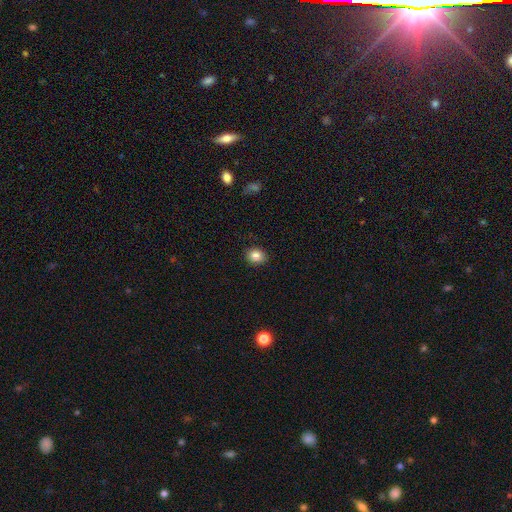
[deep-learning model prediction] This is clearly a smooth galaxy (84%). How rounded: likely round (60%). Merging: clearly none (90%).